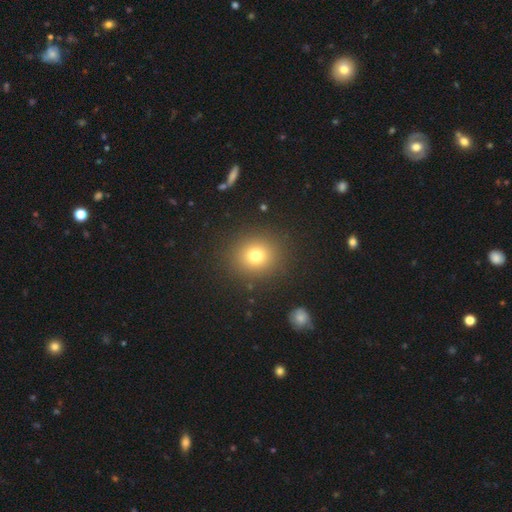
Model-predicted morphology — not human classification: Smooth or featured? smooth (76%)
How rounded? round (84%)
Merging? none (89%)